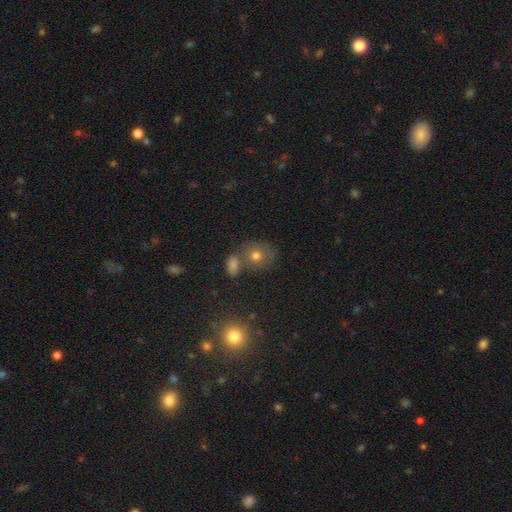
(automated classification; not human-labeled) Overall: smooth (48%; star or artifact 34%). Merging: none (64%).